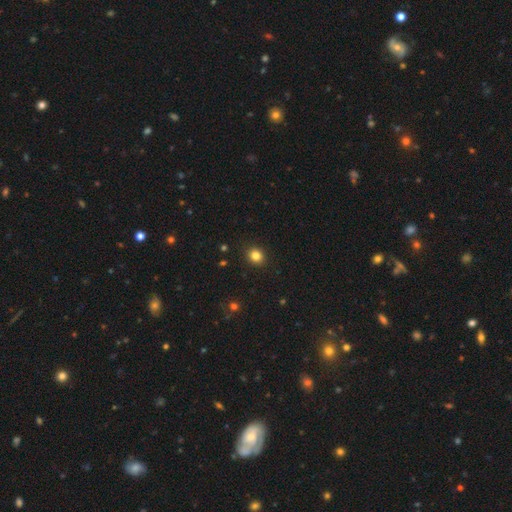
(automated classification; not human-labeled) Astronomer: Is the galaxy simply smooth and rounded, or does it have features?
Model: smooth — 83%.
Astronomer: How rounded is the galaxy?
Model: round — 73%.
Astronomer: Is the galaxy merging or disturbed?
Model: none — 91%.